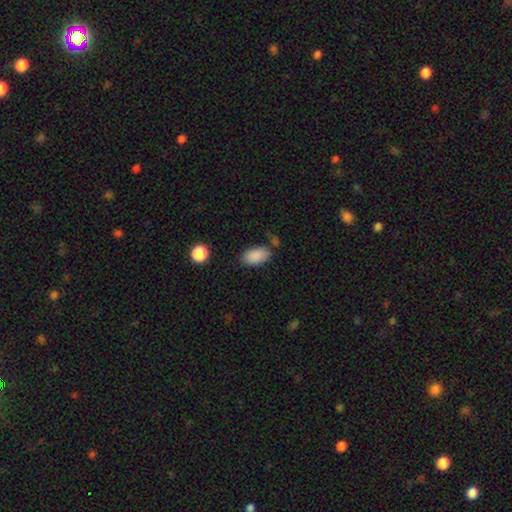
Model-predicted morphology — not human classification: This is clearly a smooth galaxy (88%). How rounded: clearly in between (93%). Merging: likely none (74%).